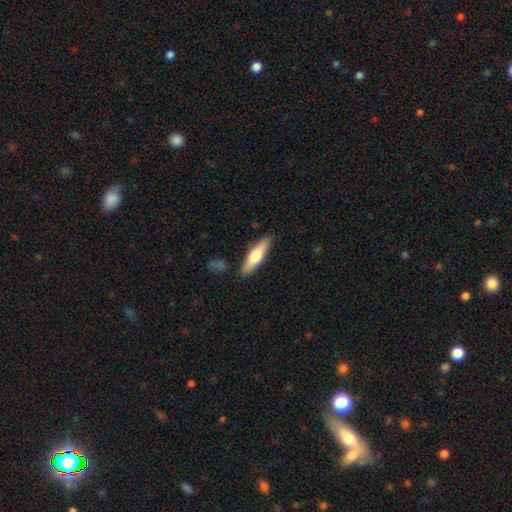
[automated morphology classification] Q: Smooth or featured?
A: smooth (55%); runner-up: featured or disk (40%)
Q: How rounded?
A: cigar-shaped (64%); runner-up: in between (34%)
Q: Merging?
A: none (87%); runner-up: minor disturbance (9%)